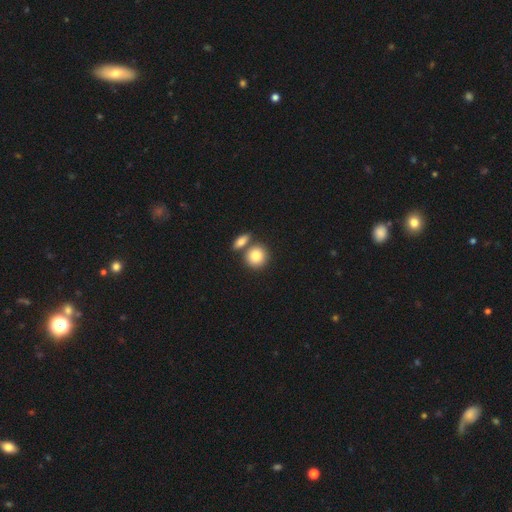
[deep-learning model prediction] Morphology: type=smooth (83%); roundness=round (81%); merging=none (59%).